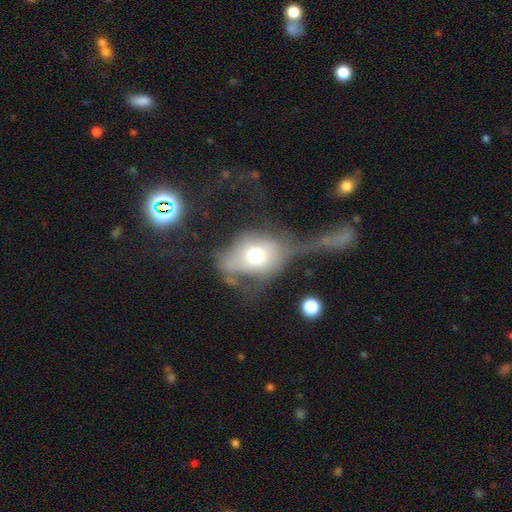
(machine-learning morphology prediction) The model was most divided on "how rounded": in between: 52%, round: 46%, cigar-shaped: 3%. More confident: smooth or featured — smooth (54%); merging — major disturbance (53%).